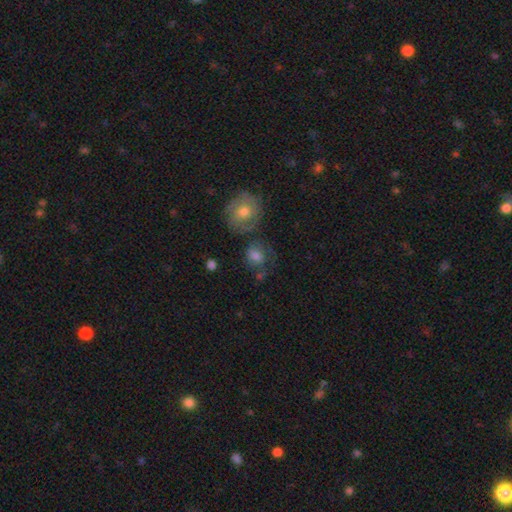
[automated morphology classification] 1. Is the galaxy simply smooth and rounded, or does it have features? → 61% smooth, 27% featured or disk, 11% star or artifact.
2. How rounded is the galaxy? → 64% round, 34% in between, 1% cigar-shaped.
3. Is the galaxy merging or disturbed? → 50% none, 21% minor disturbance, 16% major disturbance, 13% merger.